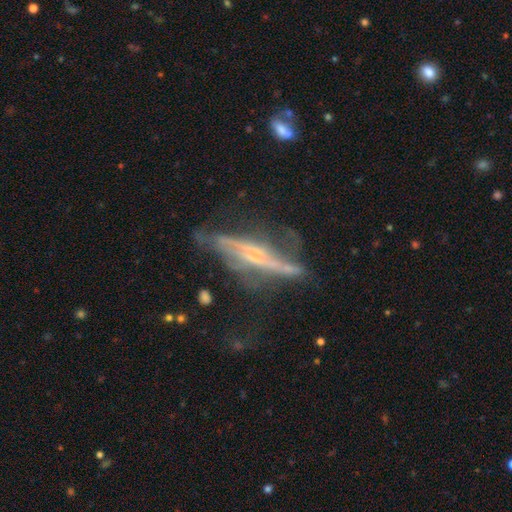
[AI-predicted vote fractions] Smooth or featured? featured or disk (76%)
Edge-on disk? yes (72%)
Edge-on bulge? rounded (54%)
Merging? none (46%)